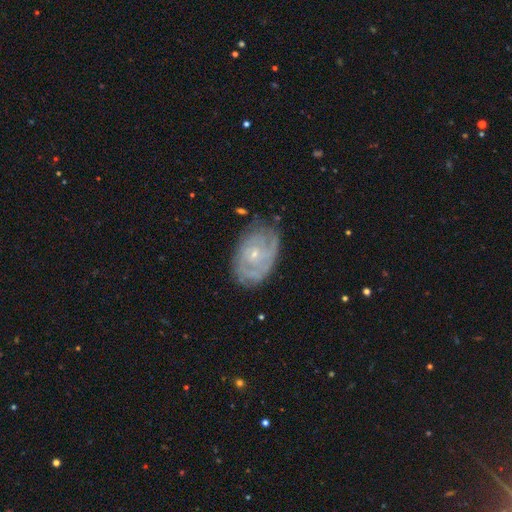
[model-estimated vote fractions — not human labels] smooth_or_featured: featured or disk (p=0.75) [alt: smooth p=0.17]
disk_edge_on: no (p=0.96) [alt: yes p=0.04]
bar: no (p=0.76) [alt: weak p=0.21]
has_spiral_arms: yes (p=0.84) [alt: no p=0.16]
spiral_winding: tight (p=0.65) [alt: medium p=0.26]
spiral_arm_count: can't tell (p=0.49) [alt: 2 p=0.21]
bulge_size: small (p=0.77) [alt: moderate p=0.19]
merging: none (p=0.69) [alt: minor disturbance p=0.22]